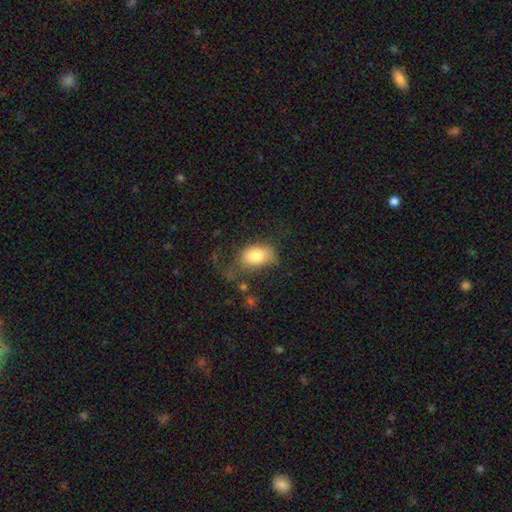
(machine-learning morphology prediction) Smooth or featured: smooth — 78% (featured or disk — 13%)
How rounded: in between — 83% (round — 16%)
Merging: none — 38% (major disturbance — 29%)